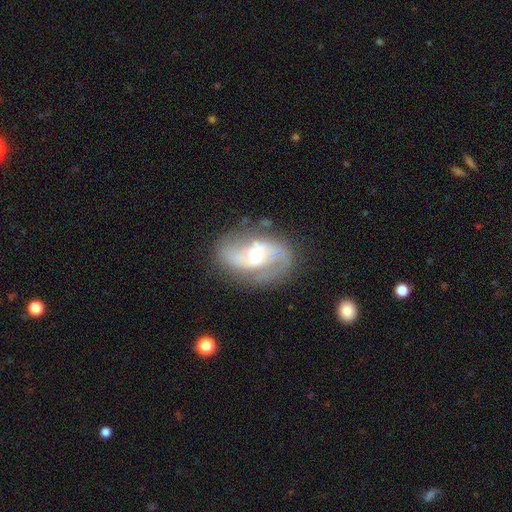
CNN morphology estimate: Overall: featured or disk (85%). Edge-on disk: no (96%). Bar: no (47%; weak 38%). Spiral arms: yes (94%). Spiral arm count: 2 (87%). Spiral winding: medium (46%; loose 36%). Bulge size: moderate (56%; small 38%). Merging: none (71%).